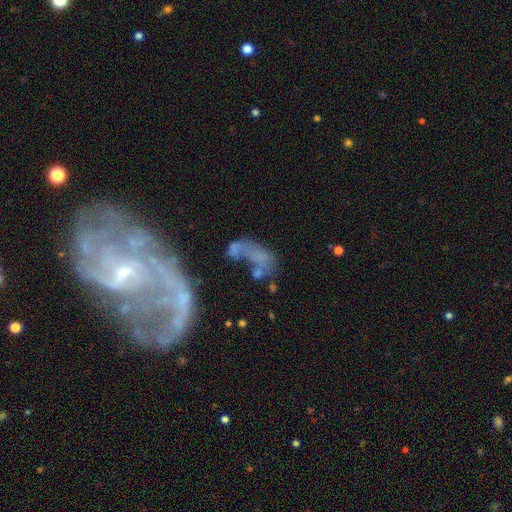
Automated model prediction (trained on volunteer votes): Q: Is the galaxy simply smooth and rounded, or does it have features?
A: featured or disk — 52%.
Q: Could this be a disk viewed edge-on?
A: no — 92%.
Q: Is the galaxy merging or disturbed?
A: major disturbance — 33%.